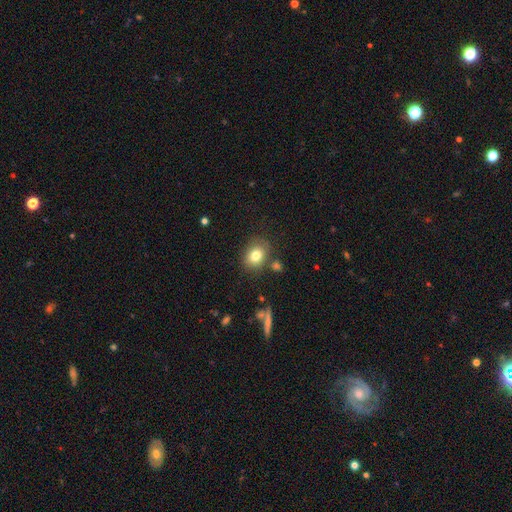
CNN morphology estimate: smooth 79%, star or artifact 11%, featured or disk 10%. Down the decision tree: how rounded — in between (53%); merging — none (78%).